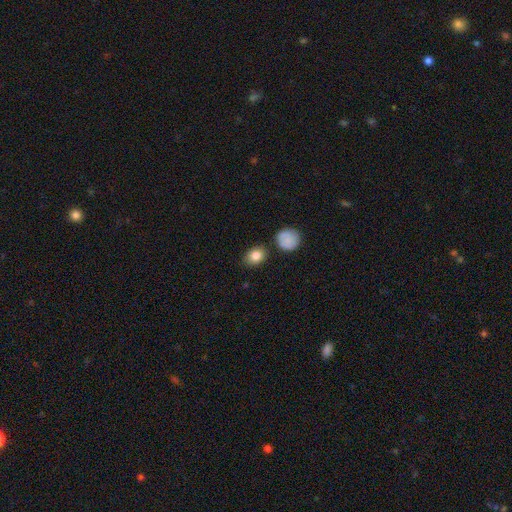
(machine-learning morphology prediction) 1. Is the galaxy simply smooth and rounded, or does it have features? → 84% smooth, 9% star or artifact, 7% featured or disk.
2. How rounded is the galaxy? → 56% in between, 43% round, 1% cigar-shaped.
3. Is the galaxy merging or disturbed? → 80% none, 12% minor disturbance, 5% merger, 3% major disturbance.